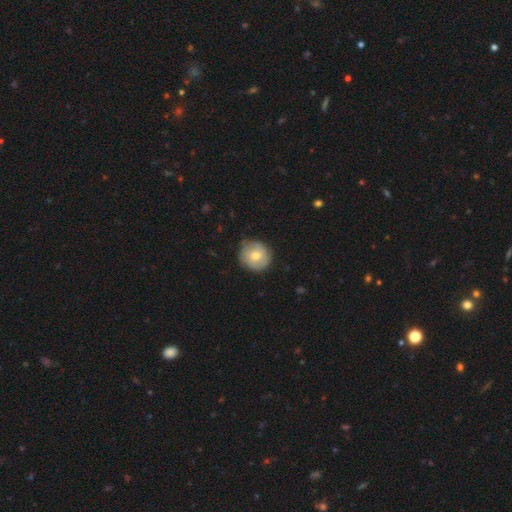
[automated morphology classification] Smooth or featured: smooth — 61% (featured or disk — 32%)
How rounded: round — 89% (in between — 10%)
Merging: none — 79% (minor disturbance — 17%)